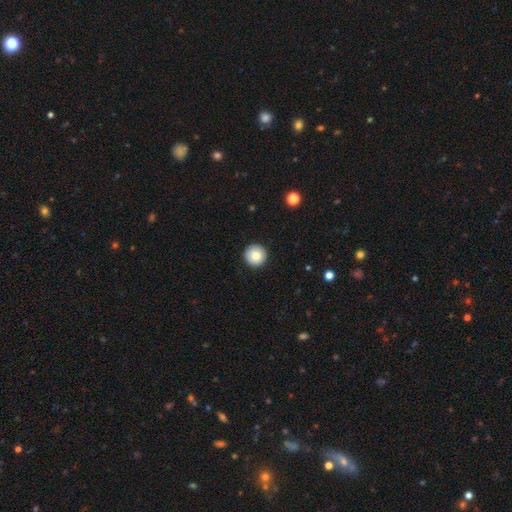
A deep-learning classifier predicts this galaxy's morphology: Smooth or featured?
  - smooth: 82% *
  - featured or disk: 9%
  - star or artifact: 8%
How rounded?
  - round: 97% *
  - in between: 2%
  - cigar-shaped: 1%
Merging?
  - none: 93% *
  - minor disturbance: 5%
  - major disturbance: 1%
  - merger: 1%